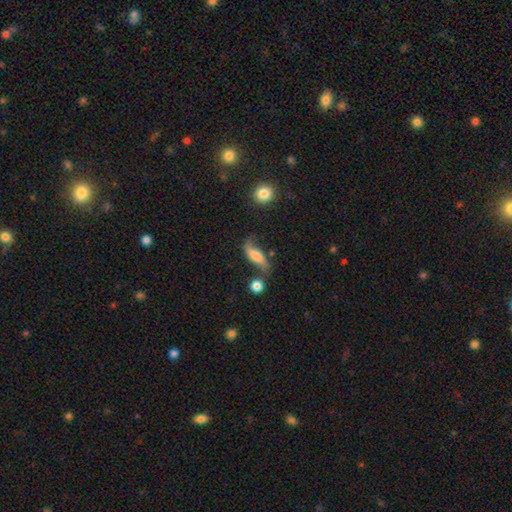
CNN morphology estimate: Smooth or featured: featured or disk — 48% (smooth — 43%)
Merging: none — 54% (minor disturbance — 24%)